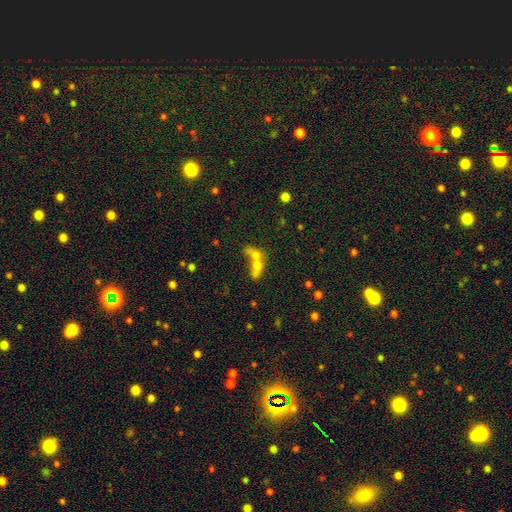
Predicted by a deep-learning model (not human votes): smooth-or-featured: smooth: 60% | featured or disk: 24% | star or artifact: 16%
  how-rounded: in between: 50% | round: 45% | cigar-shaped: 5%
  merging: merger: 74% | none: 15% | major disturbance: 6% | minor disturbance: 5%